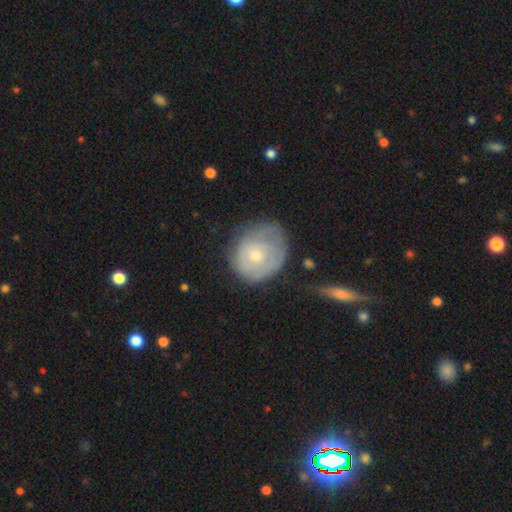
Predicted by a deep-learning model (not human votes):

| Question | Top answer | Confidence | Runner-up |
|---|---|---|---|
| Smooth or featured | smooth | 48% | featured or disk (45%) |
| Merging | none | 51% | minor disturbance (30%) |